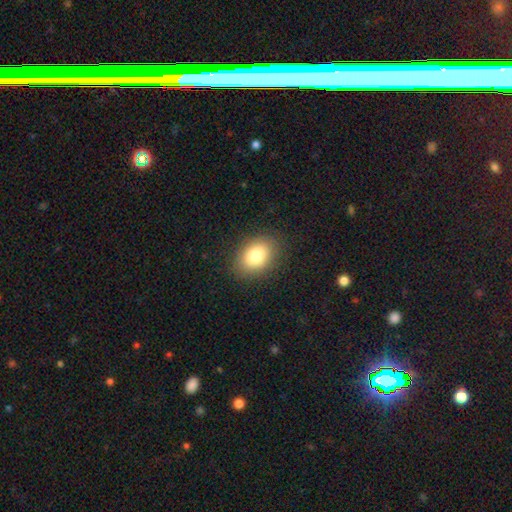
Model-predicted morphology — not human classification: Smooth or featured? smooth (83%)
How rounded? in between (75%)
Merging? none (86%)